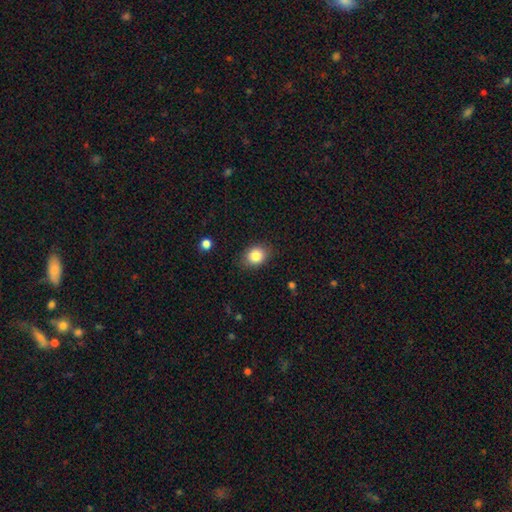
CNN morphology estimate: Smooth or featured: smooth — 84% (star or artifact — 9%)
How rounded: in between — 52% (round — 47%)
Merging: none — 84% (minor disturbance — 12%)